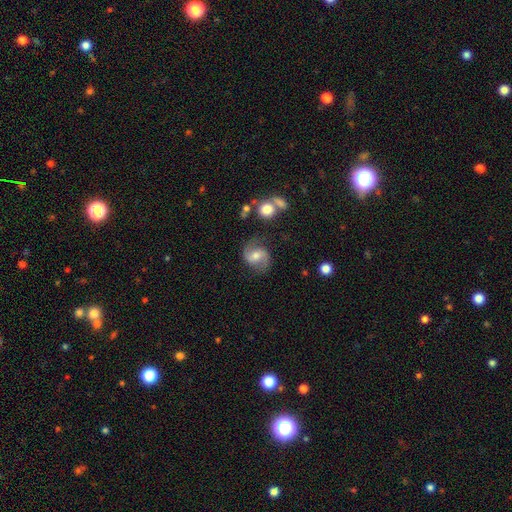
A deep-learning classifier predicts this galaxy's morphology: A featured or disk galaxy (74%) with a weak bar (48%), 2 (91%) medium (51%) spiral arms (93%) and a moderate central bulge (58%). Merging: none (75%).